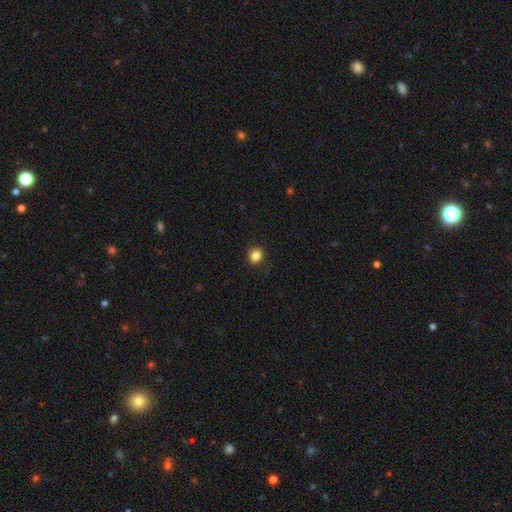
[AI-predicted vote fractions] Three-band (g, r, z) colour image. It shows a smooth galaxy with no disk features (85%) that is round (62%). Merging: none (87%).